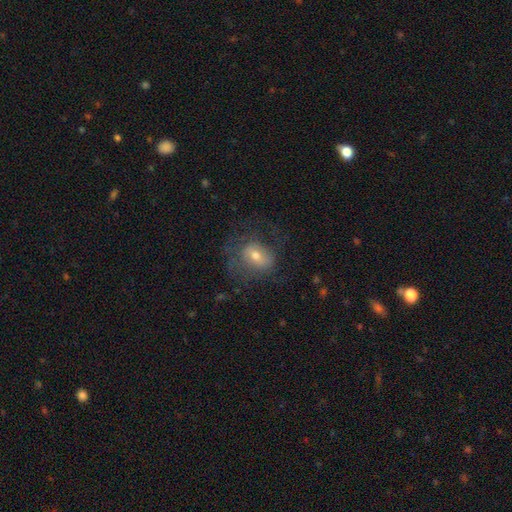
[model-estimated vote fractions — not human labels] A smooth galaxy with no disk features (45%).

Vote fractions:
- Smooth or featured? smooth: 45% / featured or disk: 43% / star or artifact: 12%
- Merging? none: 51% / major disturbance: 27% / minor disturbance: 21% / merger: 2%